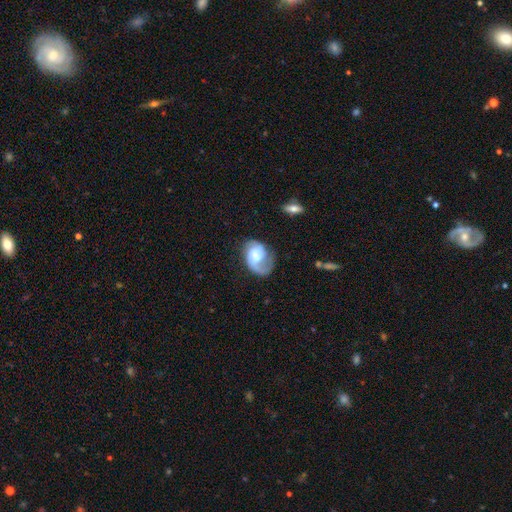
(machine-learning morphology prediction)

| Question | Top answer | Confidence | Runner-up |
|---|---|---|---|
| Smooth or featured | featured or disk | 66% | smooth (27%) |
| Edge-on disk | no | 97% | yes (3%) |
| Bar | no | 51% | weak (39%) |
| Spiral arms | yes | 89% | no (11%) |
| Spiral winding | medium | 41% | loose (34%) |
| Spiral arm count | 1 | 46% | 2 (43%) |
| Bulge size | moderate | 32% | small (27%) |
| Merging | none | 42% | major disturbance (30%) |